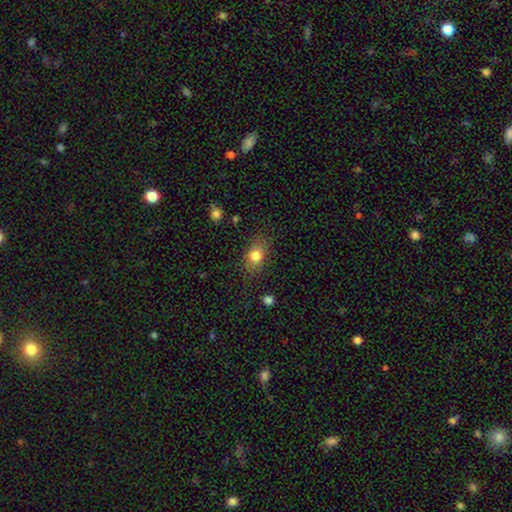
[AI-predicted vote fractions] Smooth or featured: smooth — 80% (featured or disk — 10%)
How rounded: in between — 70% (round — 27%)
Merging: none — 77% (minor disturbance — 16%)